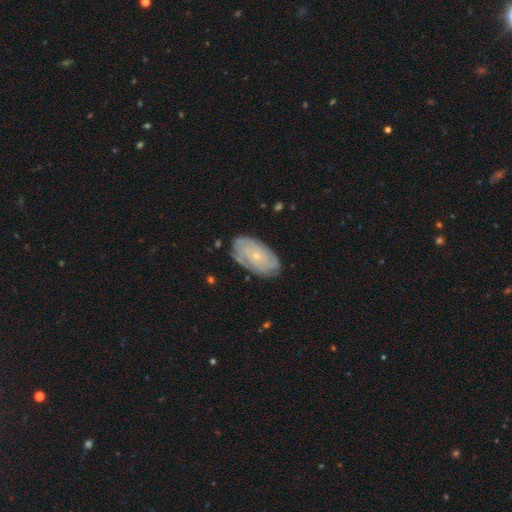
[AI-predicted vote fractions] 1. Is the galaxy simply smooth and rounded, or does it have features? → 69% featured or disk, 24% smooth, 7% star or artifact.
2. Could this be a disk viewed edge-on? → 94% no, 6% yes.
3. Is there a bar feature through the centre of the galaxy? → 84% no, 14% weak, 3% strong.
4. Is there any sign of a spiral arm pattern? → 86% yes, 14% no.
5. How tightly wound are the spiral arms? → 74% tight, 19% medium, 6% loose.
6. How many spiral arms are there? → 50% can't tell, 15% 2, 12% 4, 12% 3, 6% more than 4, 5% 1.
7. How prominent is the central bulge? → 80% small, 16% moderate, 2% none, 1% large, 1% dominant.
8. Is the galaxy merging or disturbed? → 80% none, 15% minor disturbance, 4% major disturbance, 1% merger.